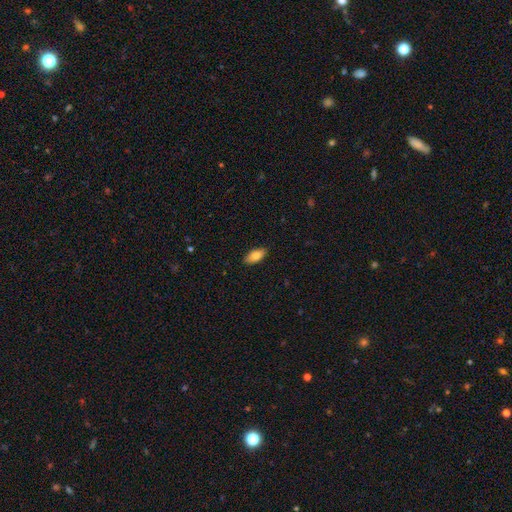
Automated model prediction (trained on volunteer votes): The model was most divided on "smooth or featured": smooth: 82%, featured or disk: 11%, star or artifact: 7%. More confident: how rounded — in between (88%); merging — none (88%).